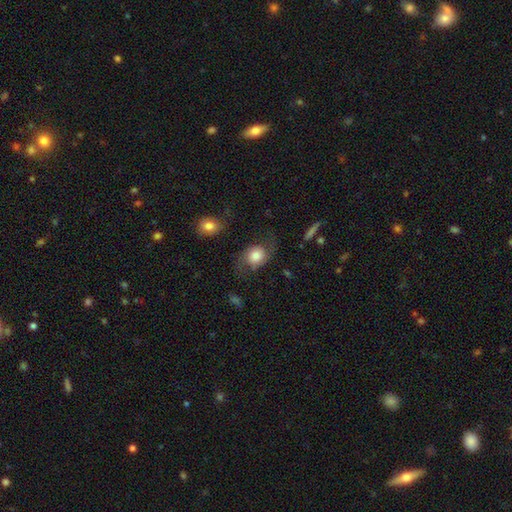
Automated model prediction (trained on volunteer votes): Smooth or featured: smooth — 52% (featured or disk — 39%)
How rounded: round — 57% (in between — 42%)
Merging: none — 60% (minor disturbance — 21%)